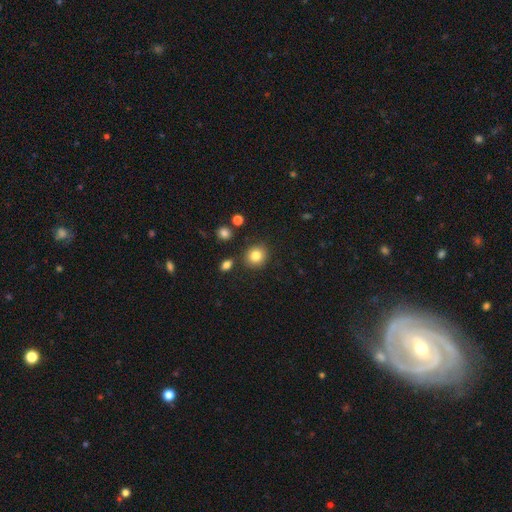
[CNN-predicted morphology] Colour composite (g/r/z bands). It shows a smooth galaxy with no disk features (83%) that is round (83%). Merging: none (86%).